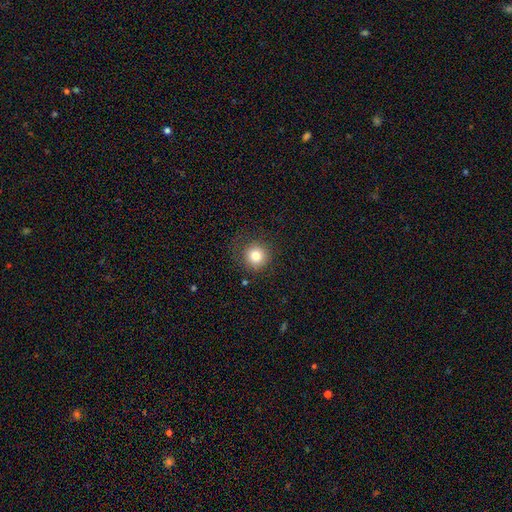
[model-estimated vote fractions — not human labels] This appears to be a smooth galaxy with no disk features (81%) that is round (93%). Merging: none (80%).